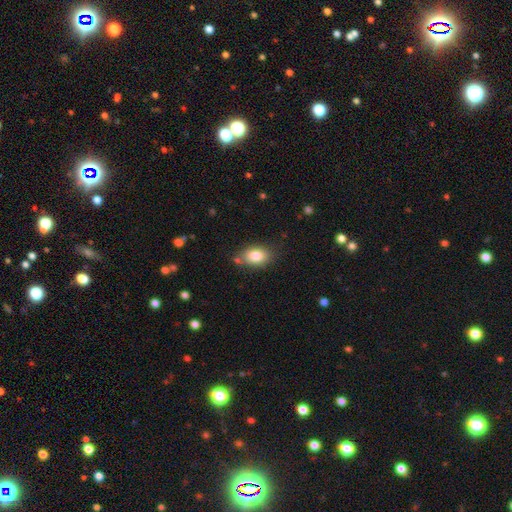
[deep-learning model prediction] smooth-or-featured: smooth: 83% | featured or disk: 9% | star or artifact: 8%
  how-rounded: in between: 82% | round: 16% | cigar-shaped: 1%
  merging: none: 75% | minor disturbance: 16% | merger: 5% | major disturbance: 4%